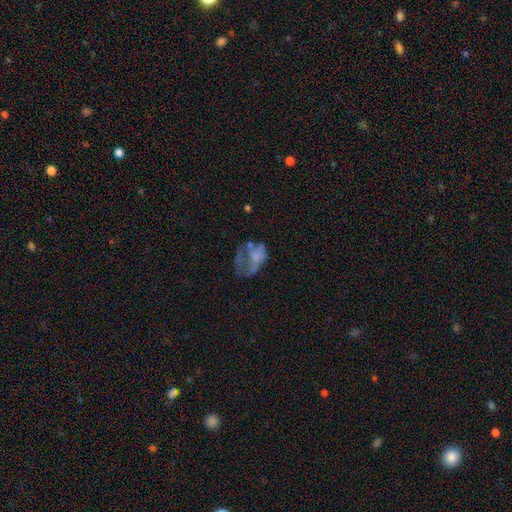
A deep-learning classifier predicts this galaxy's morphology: smooth_or_featured: featured or disk (p=0.48) [alt: smooth p=0.38]
merging: major disturbance (p=0.47) [alt: none p=0.25]